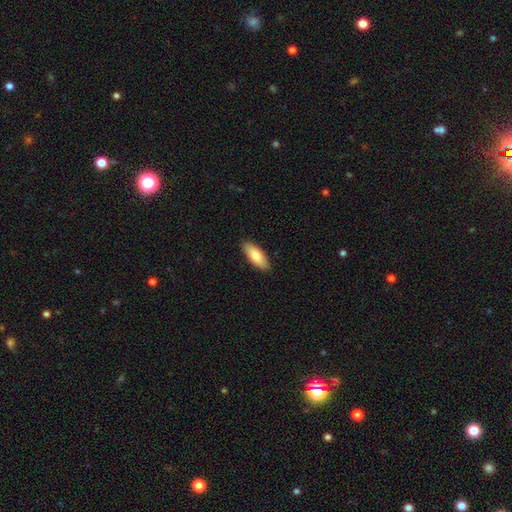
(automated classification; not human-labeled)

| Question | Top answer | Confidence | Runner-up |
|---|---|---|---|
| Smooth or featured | smooth | 81% | featured or disk (13%) |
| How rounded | in between | 74% | cigar-shaped (24%) |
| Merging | none | 89% | minor disturbance (8%) |